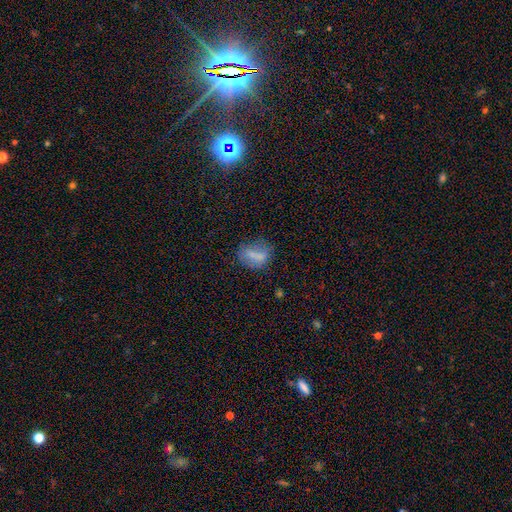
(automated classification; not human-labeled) Smooth or featured? smooth (65%)
How rounded? in between (65%)
Merging? none (53%)